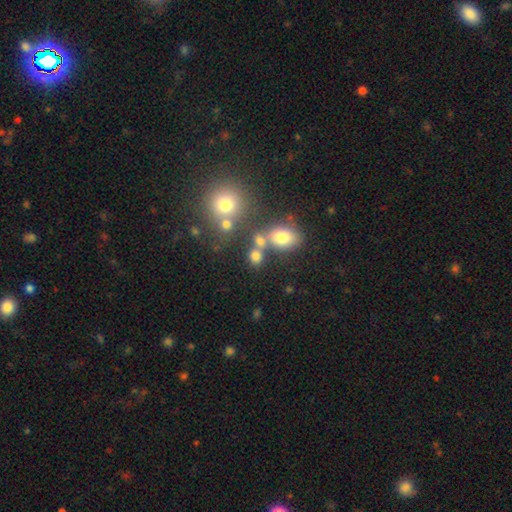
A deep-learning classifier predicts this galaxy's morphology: smooth 73%, star or artifact 17%, featured or disk 10%. Down the decision tree: how rounded — round (61%); merging — none (56%).